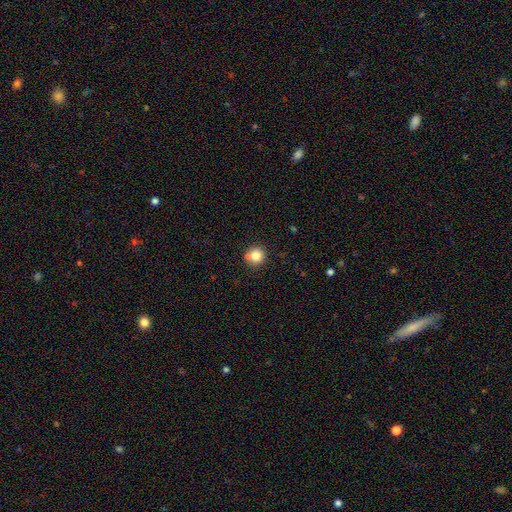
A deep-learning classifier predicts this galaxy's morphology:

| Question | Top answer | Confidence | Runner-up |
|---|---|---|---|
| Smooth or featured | smooth | 82% | star or artifact (11%) |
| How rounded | round | 94% | in between (5%) |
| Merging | none | 77% | merger (11%) |